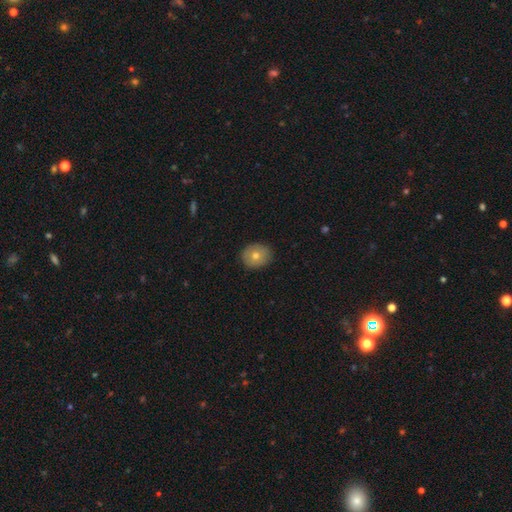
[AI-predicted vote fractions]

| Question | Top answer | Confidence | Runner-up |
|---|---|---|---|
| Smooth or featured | smooth | 68% | featured or disk (23%) |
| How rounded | round | 61% | in between (38%) |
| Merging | none | 88% | minor disturbance (9%) |